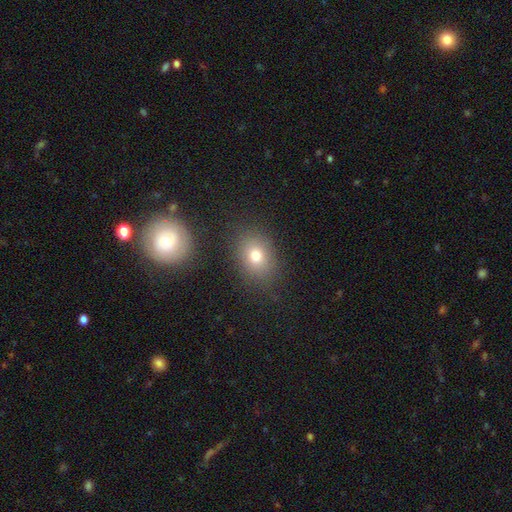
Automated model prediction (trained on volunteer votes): smooth-or-featured: smooth: 75% | star or artifact: 14% | featured or disk: 11%
  how-rounded: in between: 60% | round: 38% | cigar-shaped: 1%
  merging: none: 83% | minor disturbance: 10% | major disturbance: 4% | merger: 3%